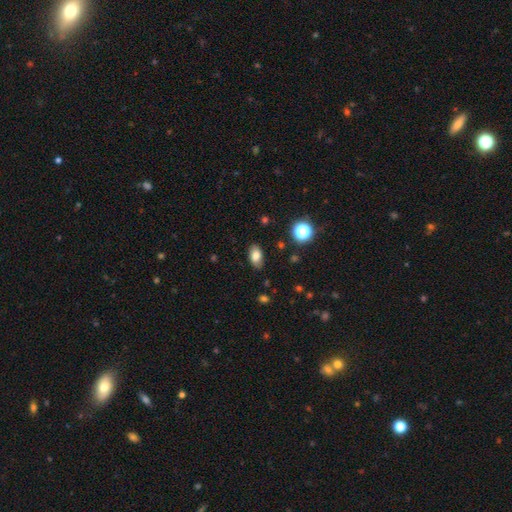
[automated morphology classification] Smooth or featured? Predicted: smooth (p=0.80). How rounded? Predicted: in between (p=0.90). Merging? Predicted: none (p=0.82).